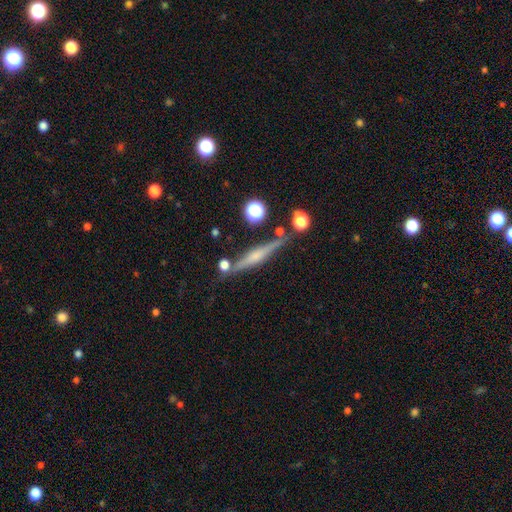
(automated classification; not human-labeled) Morphology: type=featured or disk (67%); edge-on=yes (97%); edge-on bulge=rounded (65%); merging=none (79%).